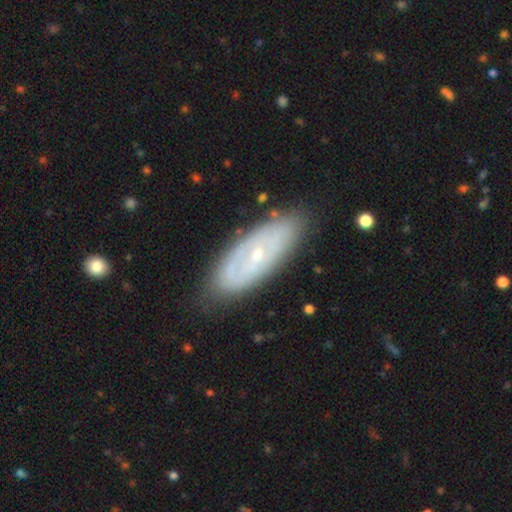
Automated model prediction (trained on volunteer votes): Overall: featured or disk (69%). Edge-on disk: no (85%). Bar: no (64%; weak 27%). Spiral arms: yes (52%; no 48%). Bulge size: small (71%). Merging: none (81%).